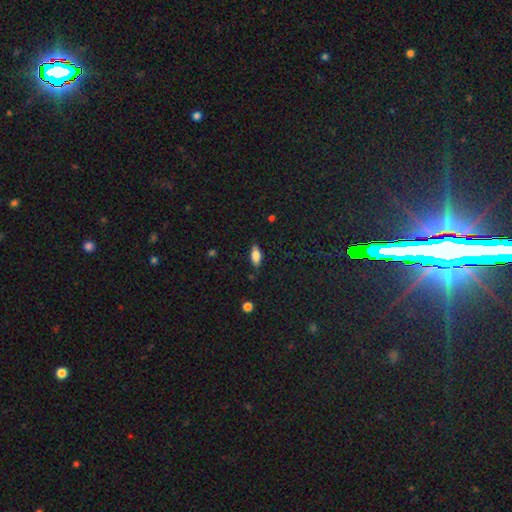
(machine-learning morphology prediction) Overall: smooth (76%). How rounded: in between (81%). Merging: none (80%).